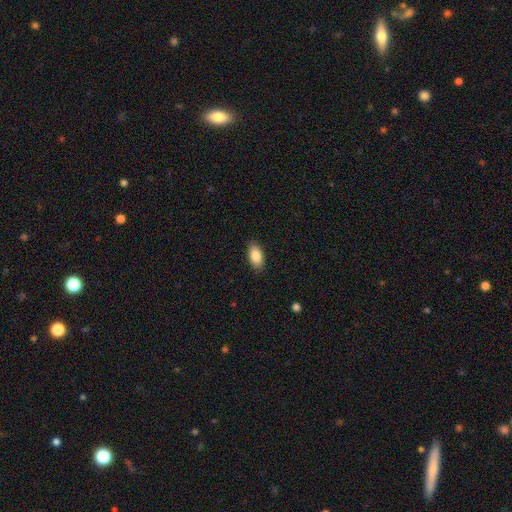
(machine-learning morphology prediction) This is clearly a smooth galaxy (86%). How rounded: clearly in between (93%). Merging: clearly none (88%).